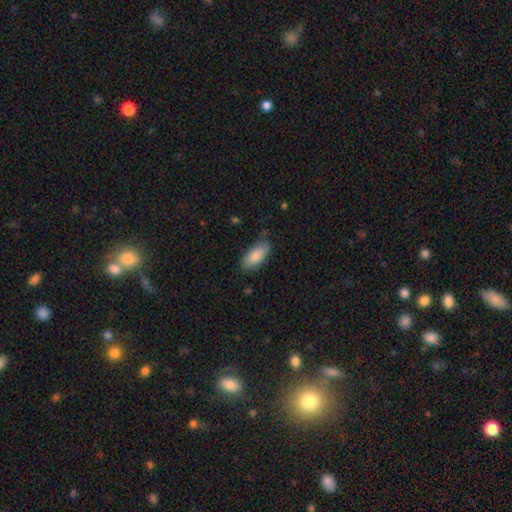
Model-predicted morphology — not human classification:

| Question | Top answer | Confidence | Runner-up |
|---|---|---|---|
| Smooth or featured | smooth | 84% | featured or disk (10%) |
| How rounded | in between | 85% | cigar-shaped (13%) |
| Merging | none | 68% | minor disturbance (24%) |